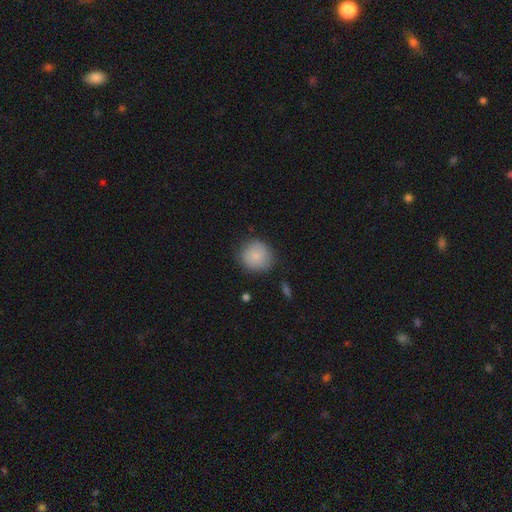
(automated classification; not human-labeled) Morphology: type=smooth (82%); roundness=round (90%); merging=none (79%).